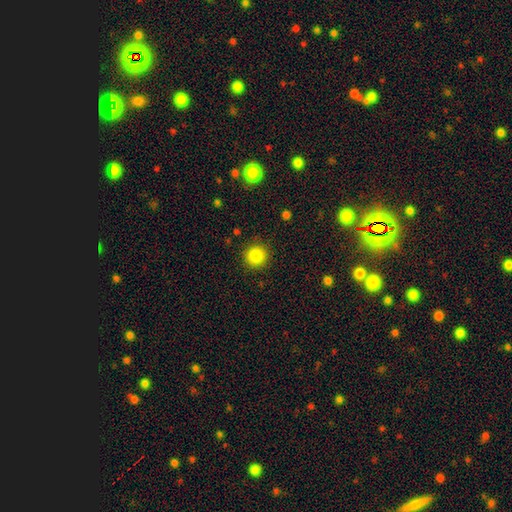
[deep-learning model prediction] smooth_or_featured: smooth (p=0.84) [alt: star or artifact p=0.11]
how_rounded: round (p=0.94) [alt: in between p=0.05]
merging: none (p=0.91) [alt: minor disturbance p=0.06]